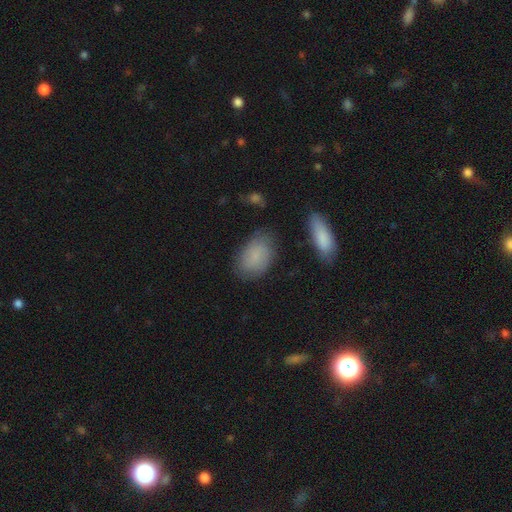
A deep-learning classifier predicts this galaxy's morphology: smooth-or-featured: smooth: 79% | featured or disk: 13% | star or artifact: 7%
  how-rounded: in between: 89% | round: 9% | cigar-shaped: 2%
  merging: none: 71% | minor disturbance: 19% | major disturbance: 5% | merger: 4%